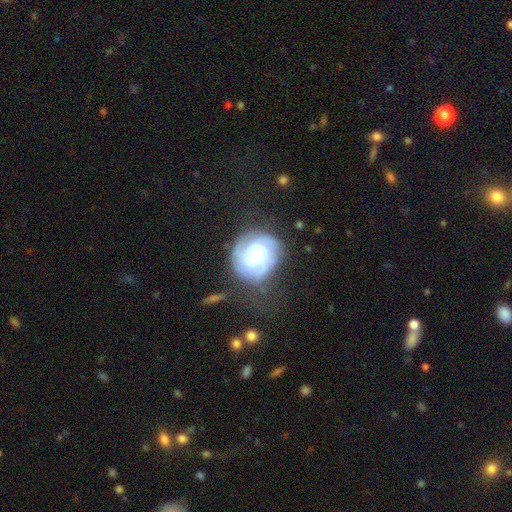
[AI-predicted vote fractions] Smooth or featured?
  - featured or disk: 80% *
  - smooth: 15%
  - star or artifact: 6%
Edge-on disk?
  - no: 98% *
  - yes: 2%
Bar?
  - weak: 45% *
  - no: 41%
  - strong: 13%
Spiral arms?
  - yes: 94% *
  - no: 6%
Spiral winding?
  - tight: 61% *
  - medium: 31%
  - loose: 8%
Spiral arm count?
  - 2: 42% *
  - 3: 23%
  - can't tell: 22%
  - 1: 5%
  - 4: 4%
  - more than 4: 3%
Bulge size?
  - moderate: 54% *
  - small: 31%
  - large: 12%
  - none: 2%
  - dominant: 2%
Merging?
  - none: 62% *
  - minor disturbance: 21%
  - major disturbance: 14%
  - merger: 3%